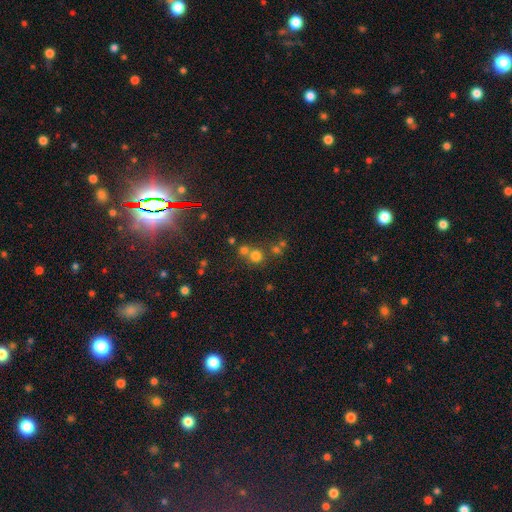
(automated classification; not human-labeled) A smooth galaxy with no disk features (68%) that is round (90%).

Vote fractions:
- Smooth or featured? smooth: 68% / star or artifact: 23% / featured or disk: 10%
- How rounded? round: 90% / in between: 9% / cigar-shaped: 1%
- Merging? none: 59% / merger: 31% / minor disturbance: 7% / major disturbance: 4%